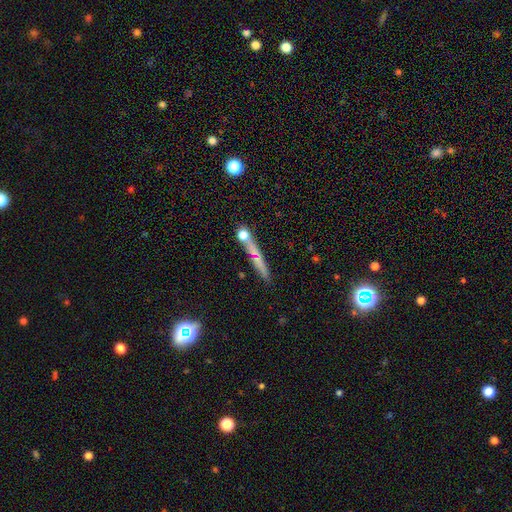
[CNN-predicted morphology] smooth_or_featured: smooth (p=0.45) [alt: featured or disk p=0.41]
merging: none (p=0.72) [alt: minor disturbance p=0.12]